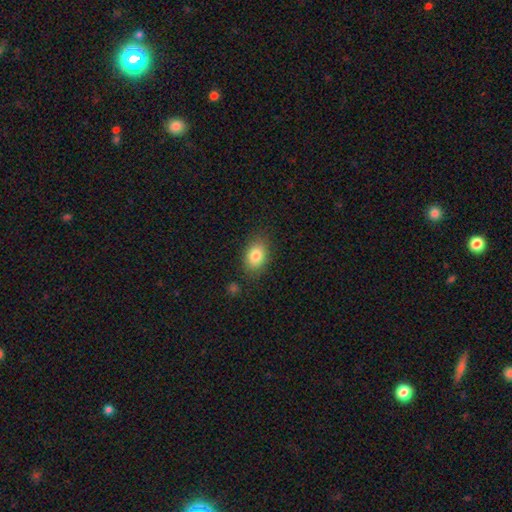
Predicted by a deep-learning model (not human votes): This is clearly a smooth galaxy (83%). How rounded: likely in between (79%). Merging: clearly none (82%).